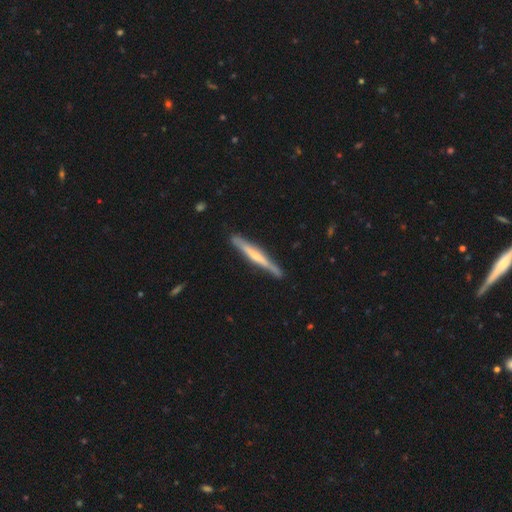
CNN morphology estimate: Smooth or featured? featured or disk (62%)
Edge-on disk? yes (96%)
Edge-on bulge? rounded (47%)
Merging? none (86%)